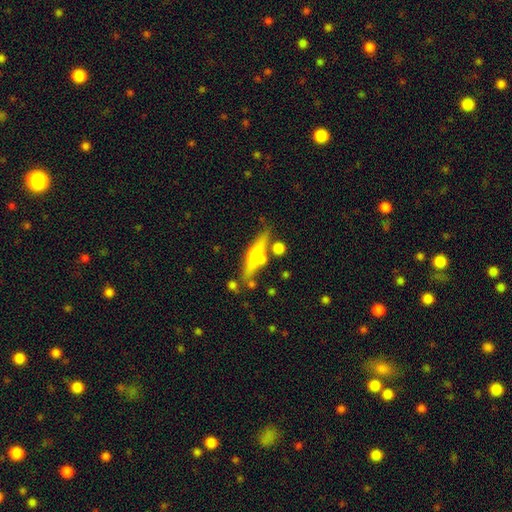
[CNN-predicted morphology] A featured or disk galaxy (62%) viewed edge-on (93%) with a rounded central bulge (92%). Merging: none (70%).